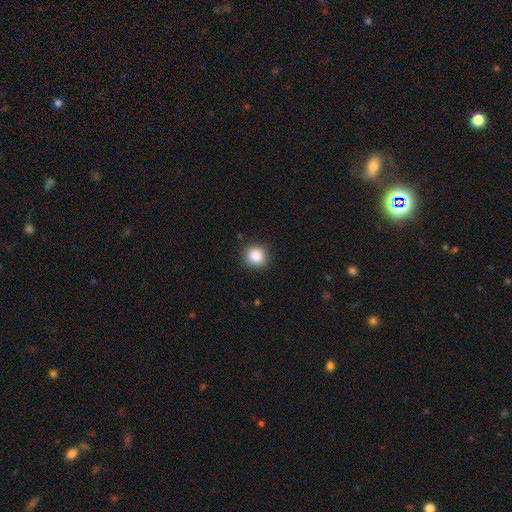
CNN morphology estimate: The model was most divided on "smooth or featured": smooth: 86%, star or artifact: 10%, featured or disk: 4%. More confident: how rounded — round (91%); merging — none (88%).